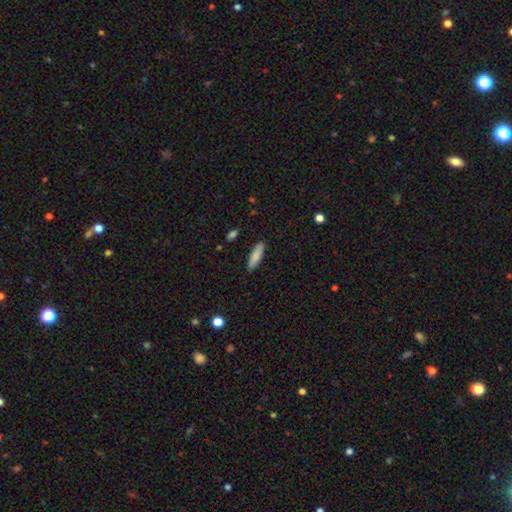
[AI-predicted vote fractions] Smooth or featured? smooth (83%)
How rounded? cigar-shaped (67%)
Merging? none (88%)